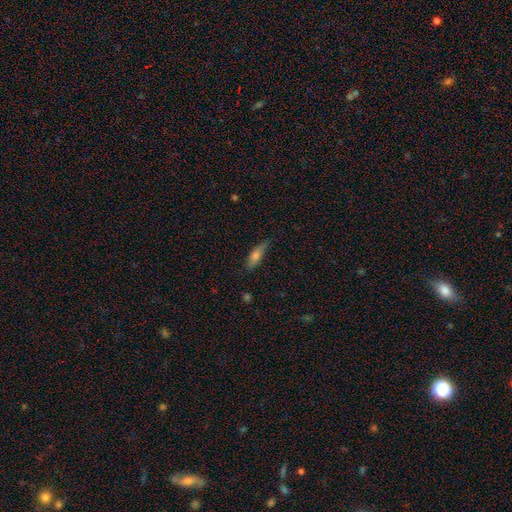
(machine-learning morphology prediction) Smooth or featured?
  - smooth: 66% *
  - featured or disk: 27%
  - star or artifact: 8%
How rounded?
  - cigar-shaped: 53% *
  - in between: 45%
  - round: 3%
Merging?
  - none: 69% *
  - minor disturbance: 25%
  - major disturbance: 5%
  - merger: 2%